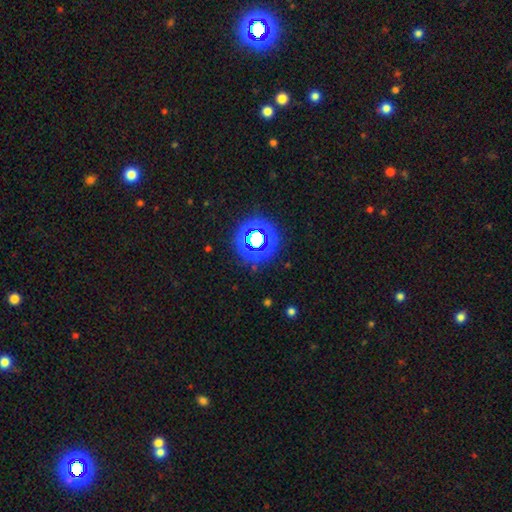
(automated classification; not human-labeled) Q: Smooth or featured?
A: star or artifact (52%); runner-up: smooth (41%)